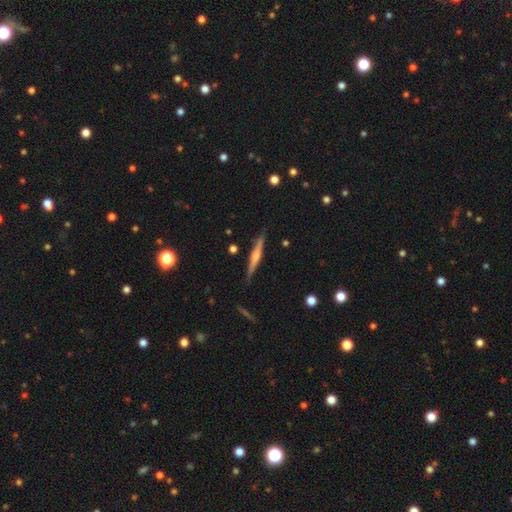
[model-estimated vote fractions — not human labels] A featured or disk galaxy (65%) viewed edge-on (97%) with a rounded central bulge (72%). Merging: none (86%).